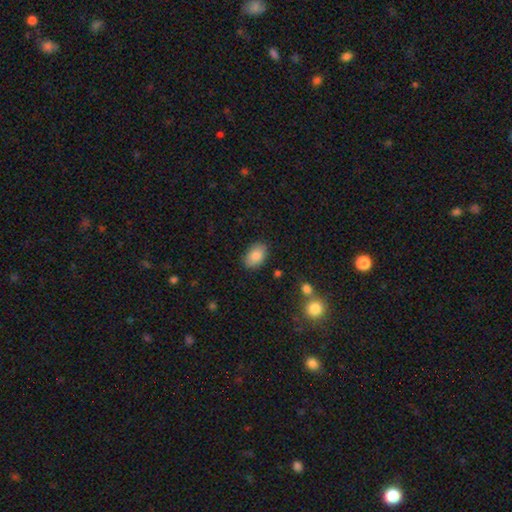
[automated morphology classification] The model was most divided on "merging": none: 85%, minor disturbance: 11%, major disturbance: 3%, merger: 2%. More confident: how rounded — in between (89%); smooth or featured — smooth (86%).